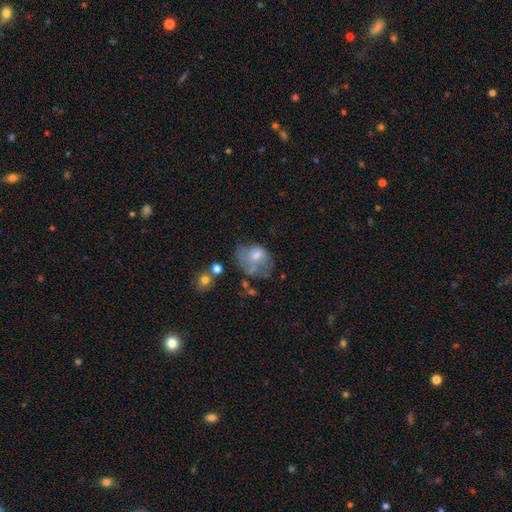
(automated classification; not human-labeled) Smooth or featured? Predicted: smooth (p=0.55). How rounded? Predicted: in between (p=0.63). Merging? Predicted: none (p=0.33).